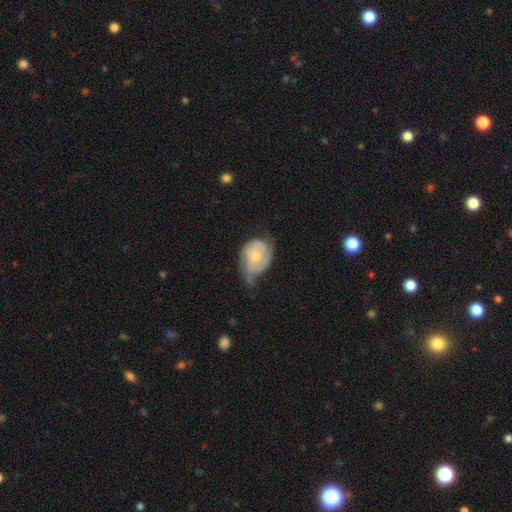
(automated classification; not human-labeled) Smooth or featured: featured or disk — 60% (smooth — 34%)
Edge-on disk: no — 97% (yes — 3%)
Bar: no — 76% (weak — 21%)
Spiral arms: yes — 81% (no — 19%)
Bulge size: moderate — 47% (small — 44%)
Merging: minor disturbance — 40% (none — 31%)